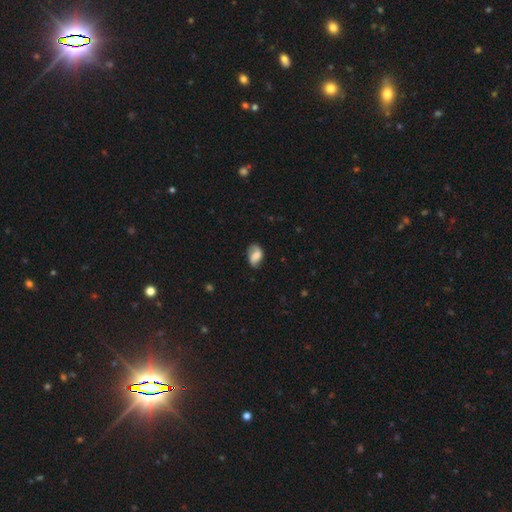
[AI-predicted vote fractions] Smooth or featured: smooth — 65% (featured or disk — 27%)
How rounded: in between — 87% (round — 11%)
Merging: none — 62% (minor disturbance — 28%)